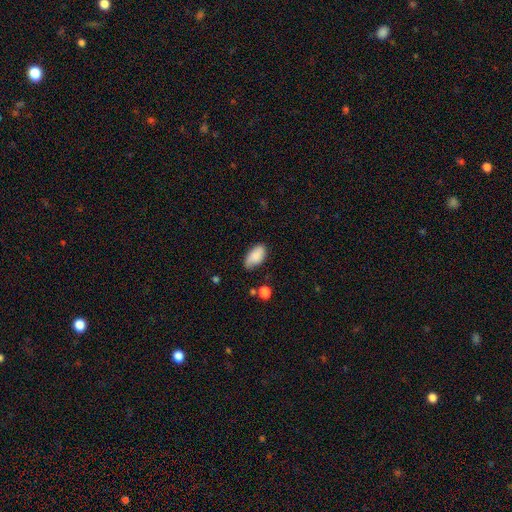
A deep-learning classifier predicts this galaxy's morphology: The model was most divided on "merging": none: 72%, minor disturbance: 22%, major disturbance: 4%, merger: 2%. More confident: how rounded — in between (93%); smooth or featured — smooth (84%).